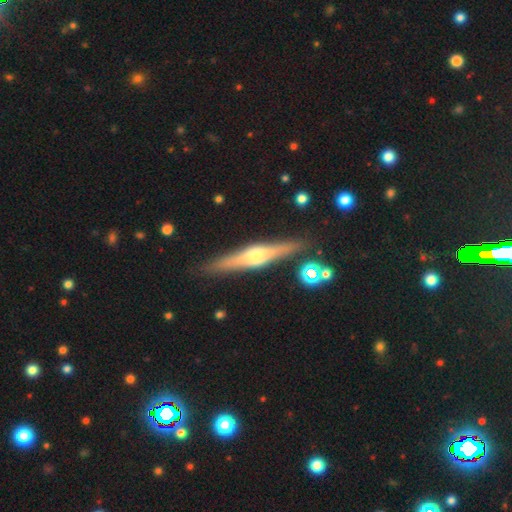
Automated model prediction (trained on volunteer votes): Morphology: type=featured or disk (71%); edge-on=yes (96%); edge-on bulge=rounded (87%); merging=none (88%).